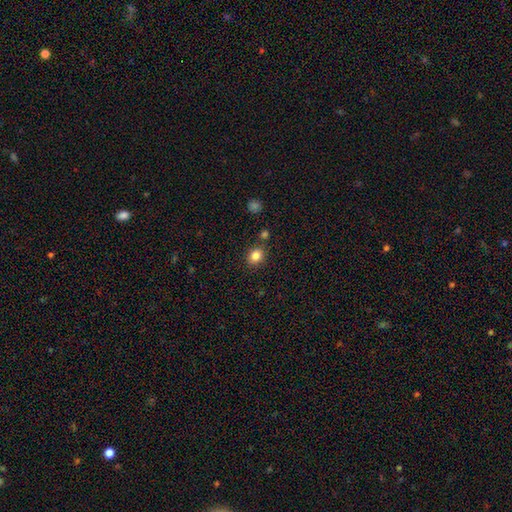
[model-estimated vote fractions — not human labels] Smooth or featured: smooth — 84% (star or artifact — 11%)
How rounded: round — 61% (in between — 38%)
Merging: none — 82% (minor disturbance — 10%)